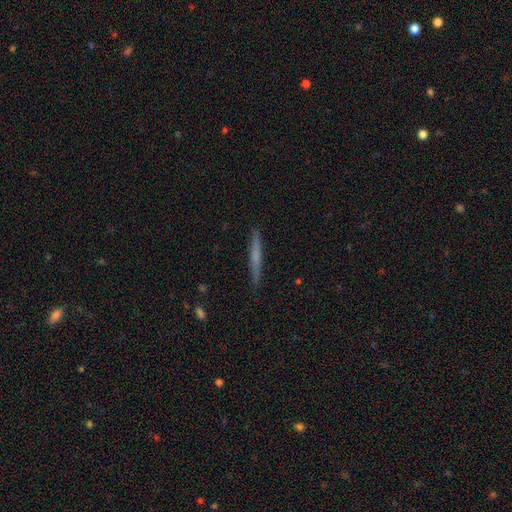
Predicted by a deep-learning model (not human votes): Q: Smooth or featured?
A: smooth (50%); runner-up: featured or disk (44%)
Q: Merging?
A: none (91%); runner-up: minor disturbance (6%)